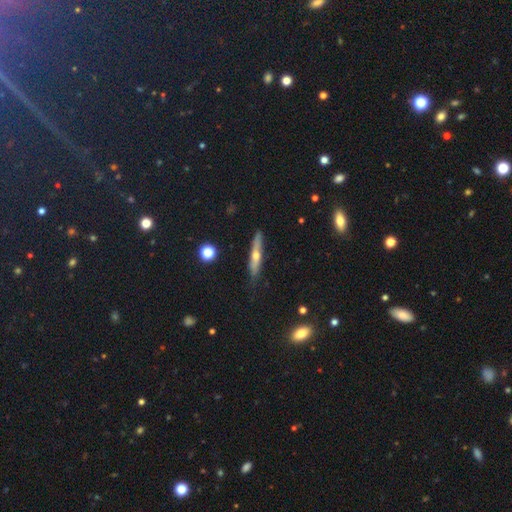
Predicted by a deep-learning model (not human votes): featured or disk 54%, smooth 38%, star or artifact 8%. Down the decision tree: edge-on disk — yes (88%); merging — none (80%).